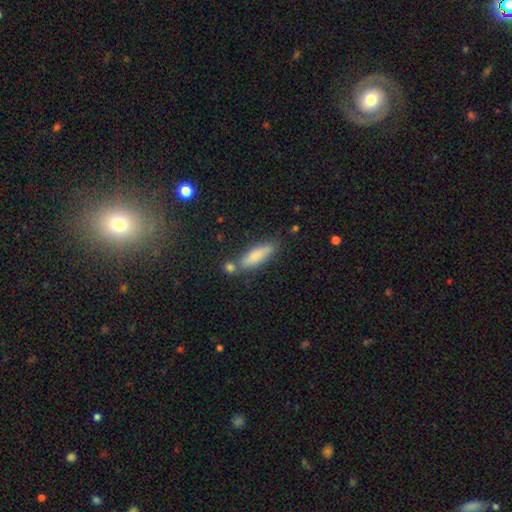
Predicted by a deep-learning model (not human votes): The model was most divided on "how rounded": cigar-shaped: 60%, in between: 37%, round: 2%. More confident: smooth or featured — smooth (80%); merging — none (68%).